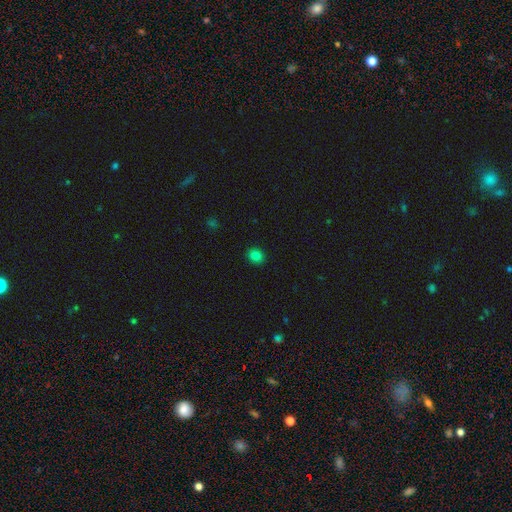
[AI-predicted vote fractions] A smooth galaxy with no disk features (81%) that is round (71%).

Vote fractions:
- Smooth or featured? smooth: 81% / star or artifact: 13% / featured or disk: 5%
- How rounded? round: 71% / in between: 28% / cigar-shaped: 1%
- Merging? none: 91% / minor disturbance: 6% / major disturbance: 2% / merger: 1%